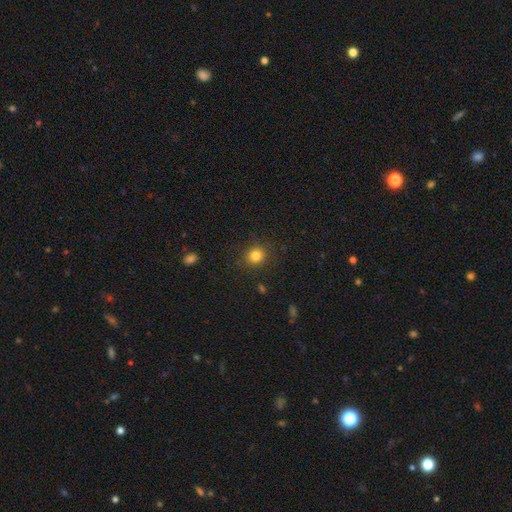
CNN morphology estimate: This appears to be a smooth galaxy with no disk features (83%) that is round (86%). Merging: none (88%).